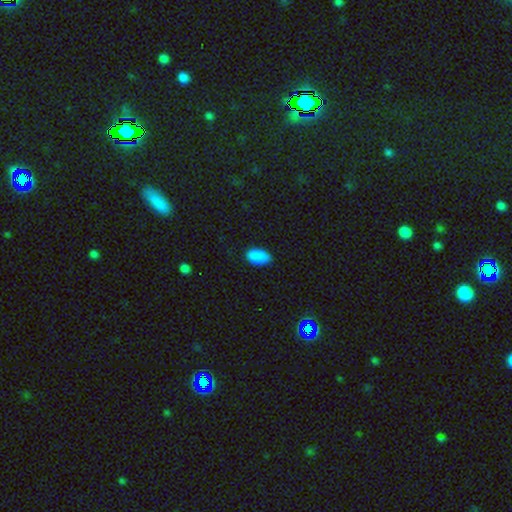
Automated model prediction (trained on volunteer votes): A smooth galaxy with no disk features (87%) that is in between round and cigar-shaped (92%). Merging: none (71%).